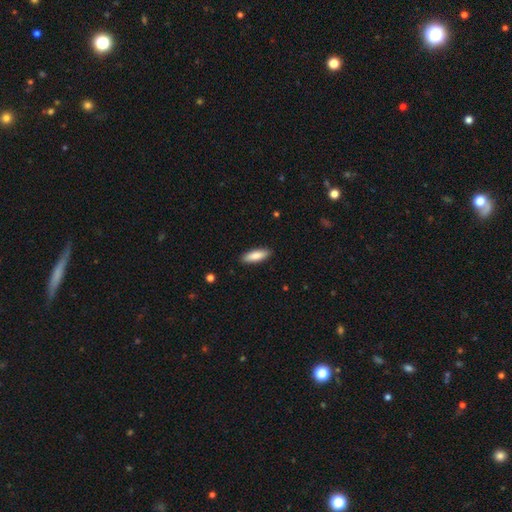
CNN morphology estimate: A smooth galaxy with no disk features (83%) that is in between round and cigar-shaped (58%). Merging: none (90%).